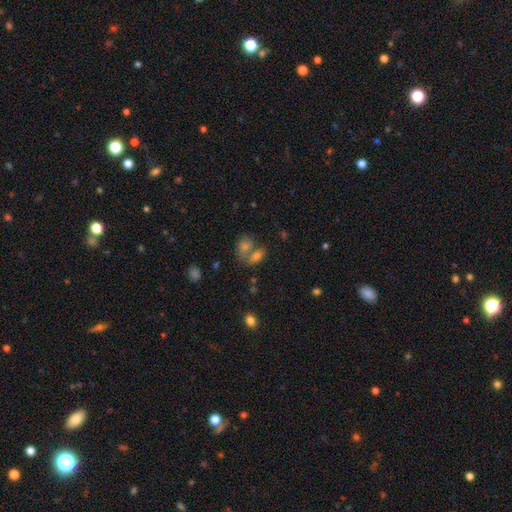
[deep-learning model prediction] The model was most divided on "merging": merger: 50%, none: 36%, minor disturbance: 9%, major disturbance: 5%. More confident: how rounded — in between (74%); smooth or featured — smooth (67%).